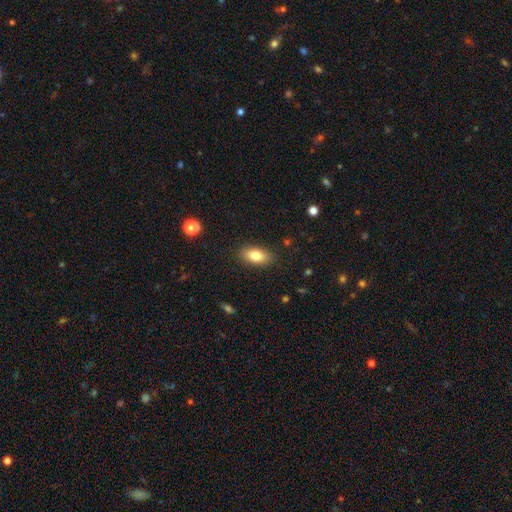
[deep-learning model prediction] This is clearly a smooth galaxy (82%). How rounded: clearly in between (89%). Merging: clearly none (87%).